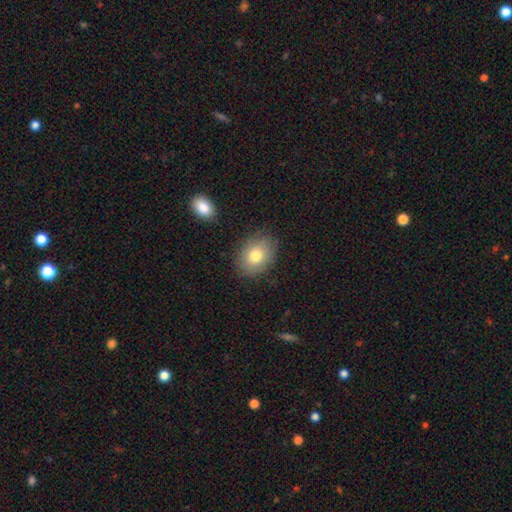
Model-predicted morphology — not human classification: This appears to be a smooth galaxy with no disk features (78%) that is in between round and cigar-shaped (63%). Merging: none (84%).